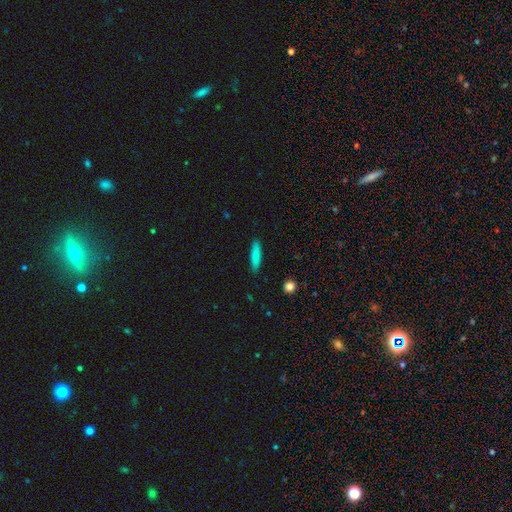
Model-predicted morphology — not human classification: Smooth or featured? smooth (84%)
How rounded? cigar-shaped (82%)
Merging? none (89%)